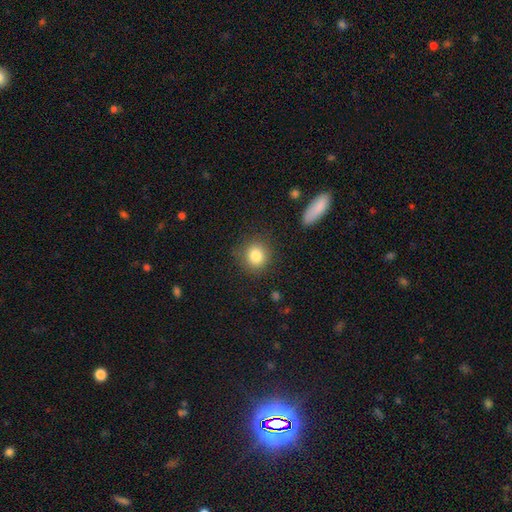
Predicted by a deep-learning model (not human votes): Smooth or featured: smooth — 84% (star or artifact — 9%)
How rounded: round — 84% (in between — 15%)
Merging: none — 84% (minor disturbance — 11%)